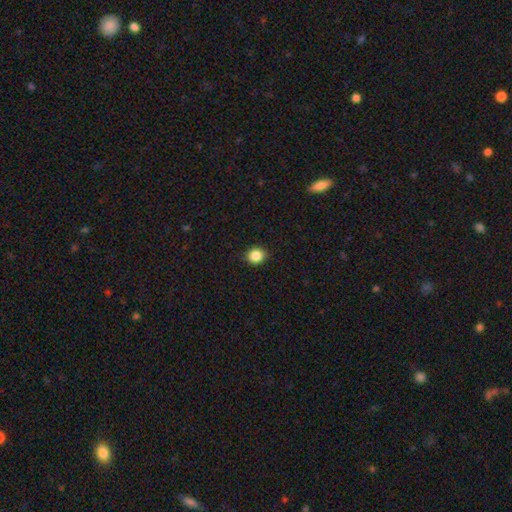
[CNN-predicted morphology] This is clearly a smooth galaxy (86%). How rounded: likely round (75%). Merging: clearly none (89%).